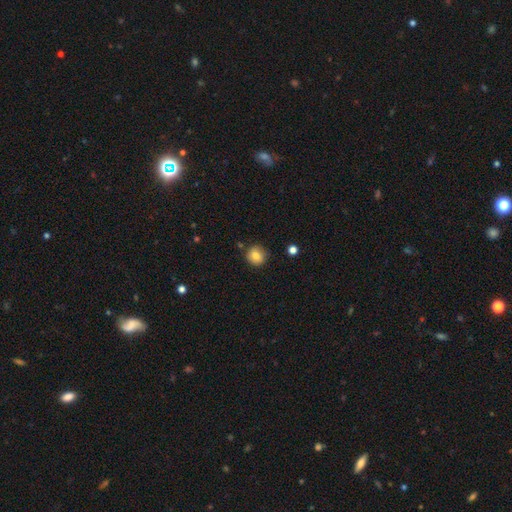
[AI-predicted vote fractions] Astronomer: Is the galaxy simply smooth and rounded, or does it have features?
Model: smooth — 81%.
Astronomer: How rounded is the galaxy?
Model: round — 88%.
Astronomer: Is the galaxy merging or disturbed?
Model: none — 84%.